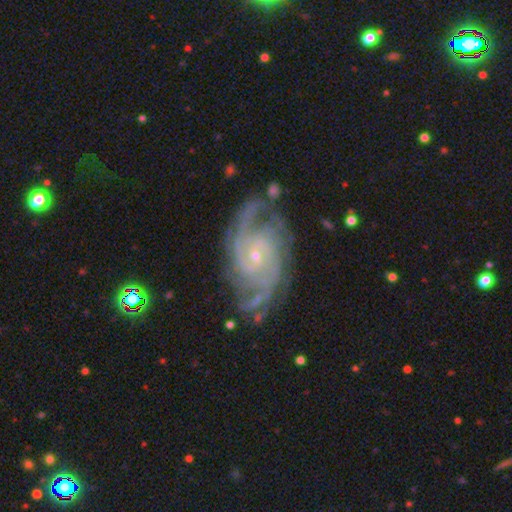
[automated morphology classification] Smooth or featured: featured or disk — 90% (star or artifact — 6%)
Edge-on disk: no — 97% (yes — 3%)
Bar: no — 60% (weak — 31%)
Spiral arms: yes — 98% (no — 2%)
Spiral winding: tight — 53% (medium — 39%)
Spiral arm count: 2 — 30% (3 — 21%)
Bulge size: small — 80% (moderate — 16%)
Merging: none — 69% (minor disturbance — 19%)